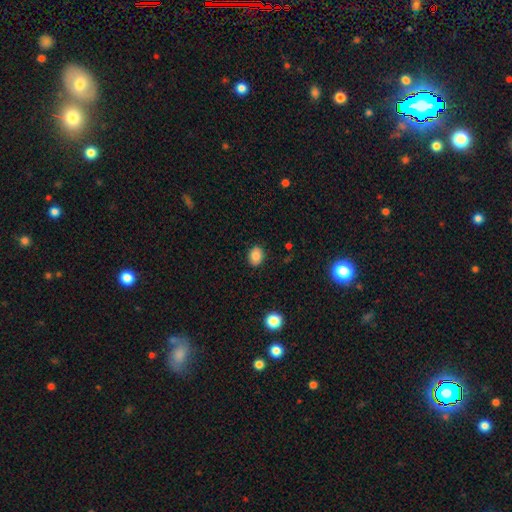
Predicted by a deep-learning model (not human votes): Morphology: type=smooth (84%); roundness=in between (54%); merging=none (88%).